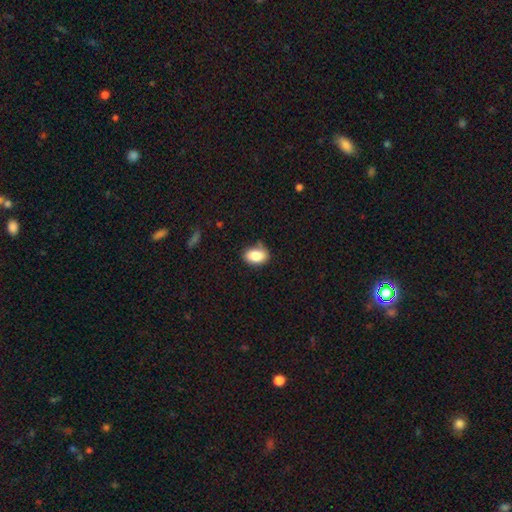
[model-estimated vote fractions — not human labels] Morphology: type=smooth (84%); roundness=in between (82%); merging=none (67%).